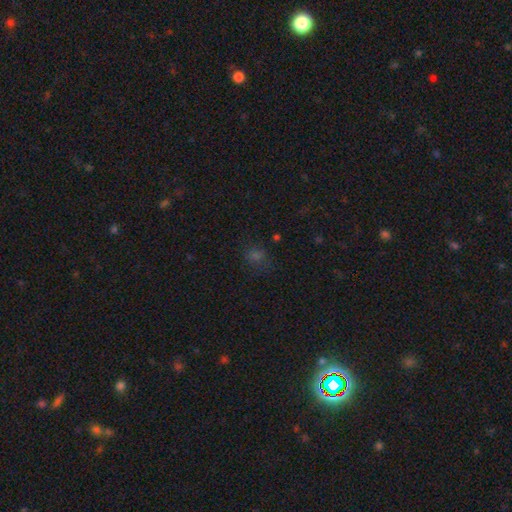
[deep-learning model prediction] A smooth galaxy with no disk features (54%) that is round (62%).

Vote fractions:
- Smooth or featured? smooth: 54% / star or artifact: 37% / featured or disk: 9%
- How rounded? round: 62% / in between: 36% / cigar-shaped: 2%
- Merging? none: 72% / minor disturbance: 16% / major disturbance: 8% / merger: 3%